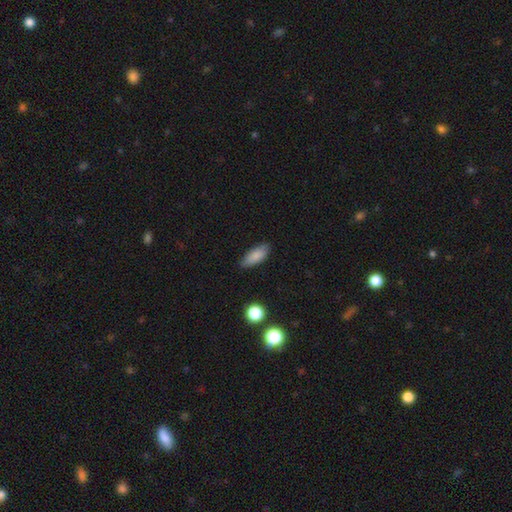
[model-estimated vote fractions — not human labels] Overall: smooth (85%). How rounded: in between (80%). Merging: none (80%).